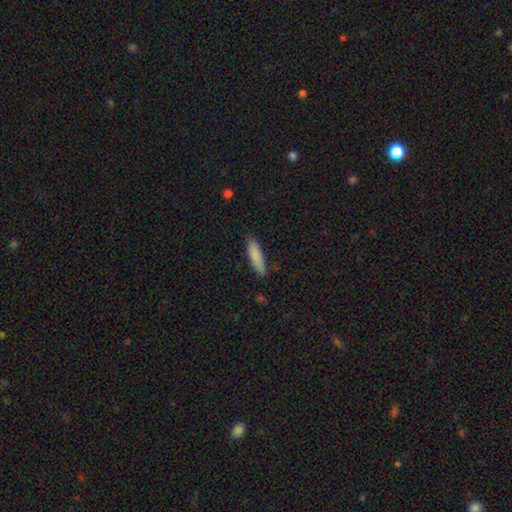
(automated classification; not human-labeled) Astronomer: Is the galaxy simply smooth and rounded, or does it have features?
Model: smooth — 86%.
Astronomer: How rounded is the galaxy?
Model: cigar-shaped — 71%.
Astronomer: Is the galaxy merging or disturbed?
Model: none — 86%.